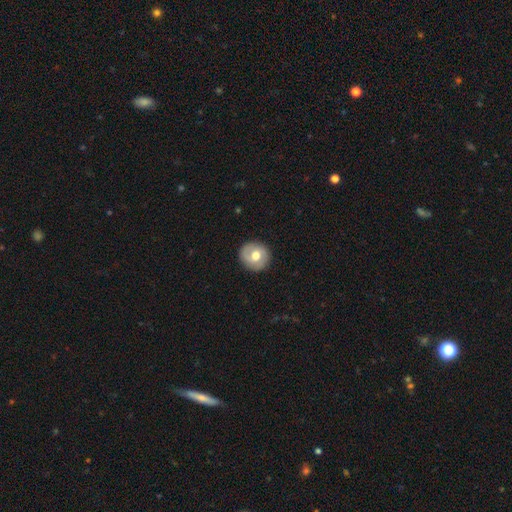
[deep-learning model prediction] smooth-or-featured: smooth: 52% | featured or disk: 41% | star or artifact: 7%
  how-rounded: round: 90% | in between: 9% | cigar-shaped: 1%
  merging: none: 87% | minor disturbance: 10% | major disturbance: 3% | merger: 1%